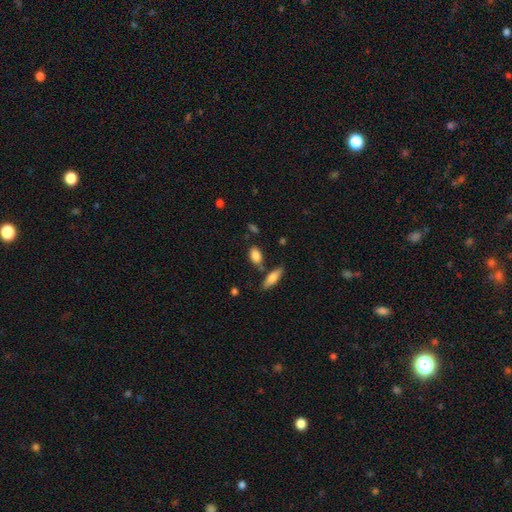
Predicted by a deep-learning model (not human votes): This is clearly a smooth galaxy (86%). How rounded: clearly in between (85%). Merging: likely none (71%).